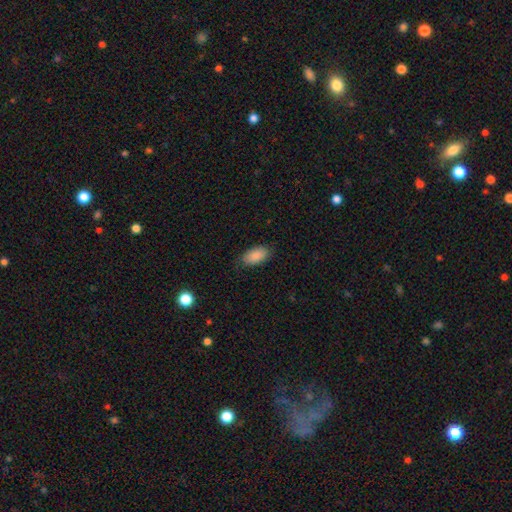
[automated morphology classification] Smooth or featured? smooth (88%)
How rounded? in between (94%)
Merging? none (79%)